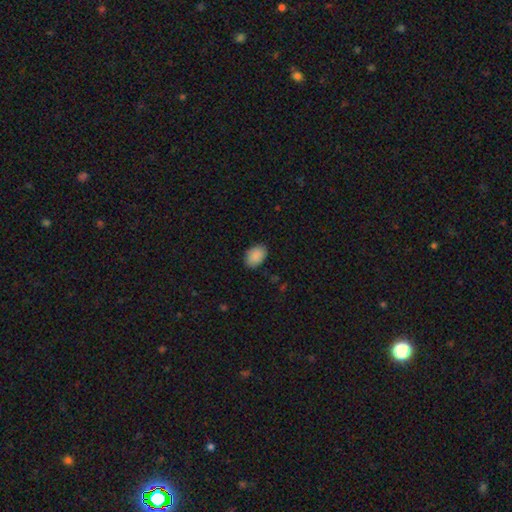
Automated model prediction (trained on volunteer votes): A smooth galaxy with no disk features (90%) that is in between round and cigar-shaped (86%). Merging: none (86%).